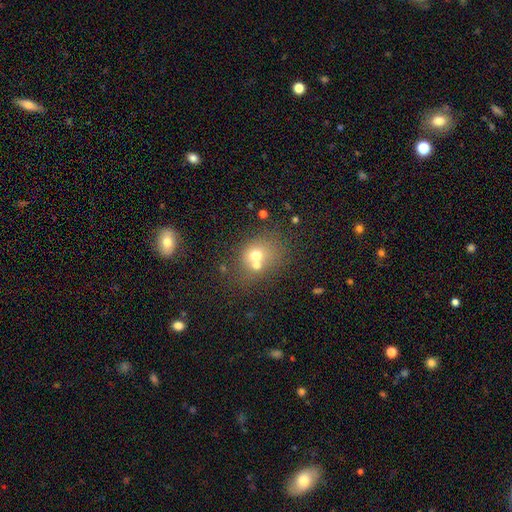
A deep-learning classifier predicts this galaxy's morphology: Smooth or featured? Predicted: smooth (p=0.64). How rounded? Predicted: round (p=0.66). Merging? Predicted: merger (p=0.48).